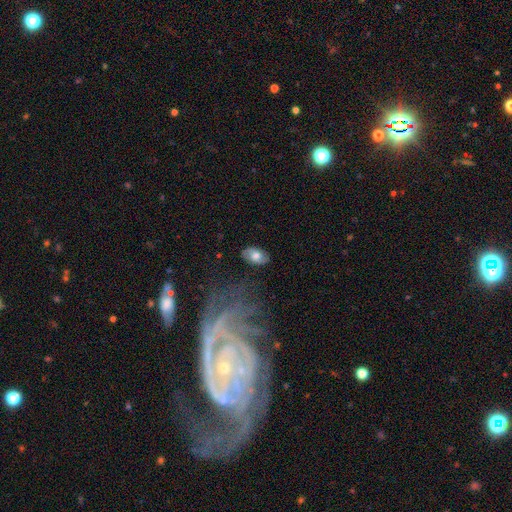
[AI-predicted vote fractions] This is likely a smooth galaxy (62%). How rounded: clearly in between (90%). Merging: clearly none (80%).